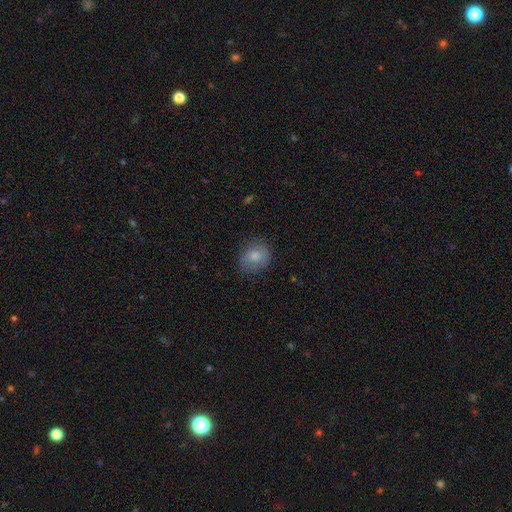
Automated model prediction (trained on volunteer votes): Overall: smooth (73%). How rounded: round (64%; in between 35%). Merging: none (80%).